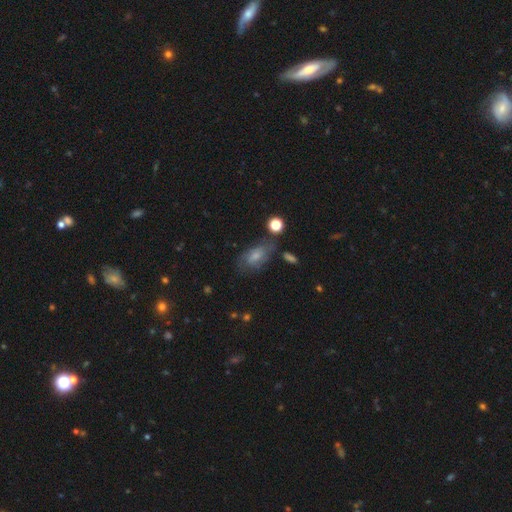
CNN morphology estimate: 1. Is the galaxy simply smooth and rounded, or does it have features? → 58% smooth, 32% featured or disk, 10% star or artifact.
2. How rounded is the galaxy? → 87% in between, 8% round, 5% cigar-shaped.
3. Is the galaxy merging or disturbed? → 53% none, 26% minor disturbance, 14% major disturbance, 7% merger.